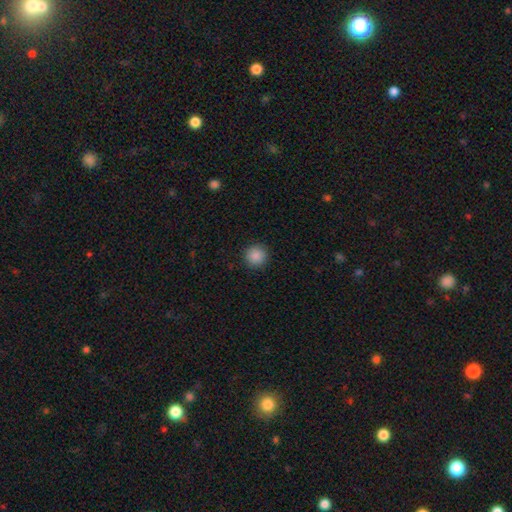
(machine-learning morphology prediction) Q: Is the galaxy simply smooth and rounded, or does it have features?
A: smooth — 88%.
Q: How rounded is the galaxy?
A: round — 95%.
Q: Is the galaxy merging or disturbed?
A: none — 92%.